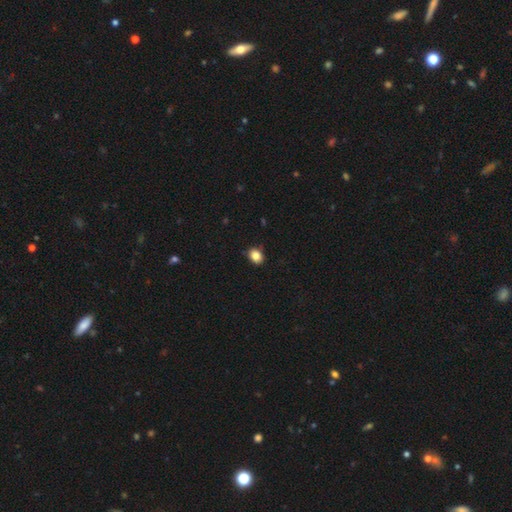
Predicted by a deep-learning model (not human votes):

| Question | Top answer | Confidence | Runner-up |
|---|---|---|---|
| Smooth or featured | smooth | 85% | star or artifact (10%) |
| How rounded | in between | 54% | round (45%) |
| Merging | none | 86% | minor disturbance (11%) |